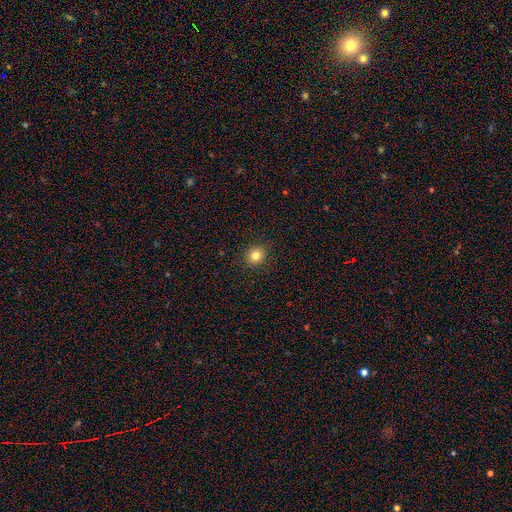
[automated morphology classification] smooth_or_featured: smooth (p=0.81) [alt: star or artifact p=0.12]
how_rounded: round (p=0.82) [alt: in between p=0.17]
merging: none (p=0.91) [alt: minor disturbance p=0.06]